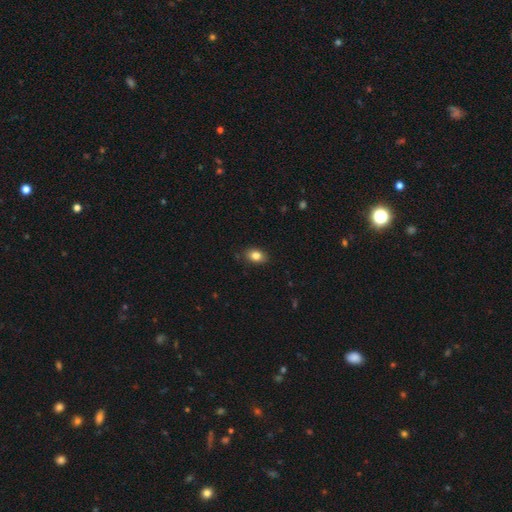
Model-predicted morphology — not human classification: smooth 84%, star or artifact 9%, featured or disk 7%. Down the decision tree: how rounded — in between (79%); merging — none (84%).